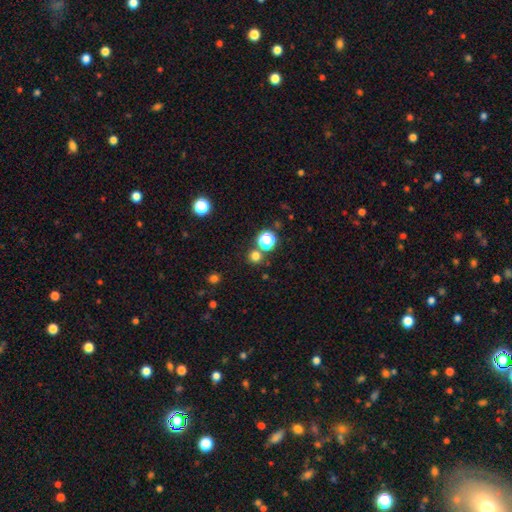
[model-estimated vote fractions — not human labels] Smooth or featured? smooth (72%)
How rounded? round (92%)
Merging? none (78%)